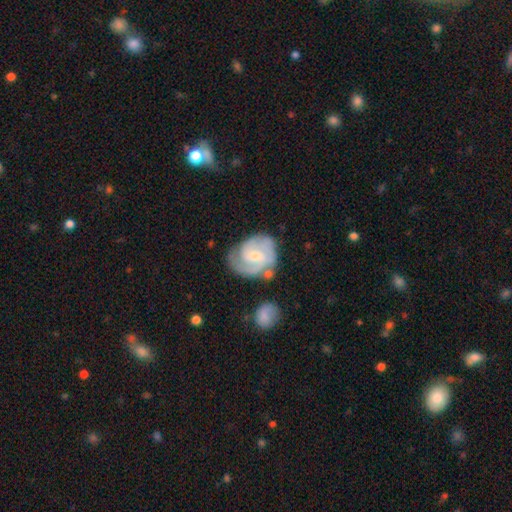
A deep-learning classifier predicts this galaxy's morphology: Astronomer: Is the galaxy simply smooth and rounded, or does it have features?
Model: featured or disk — 83%.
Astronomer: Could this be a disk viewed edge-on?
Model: no — 98%.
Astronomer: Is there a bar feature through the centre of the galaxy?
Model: no — 51% (runner-up: weak, 42%).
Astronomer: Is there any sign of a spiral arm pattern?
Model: yes — 96%.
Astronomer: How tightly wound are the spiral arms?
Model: tight — 49% (runner-up: medium, 42%).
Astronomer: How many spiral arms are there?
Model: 2 — 42% (runner-up: 3, 32%).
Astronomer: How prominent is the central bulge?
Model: small — 58% (runner-up: moderate, 37%).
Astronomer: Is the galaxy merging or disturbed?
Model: none — 61%.